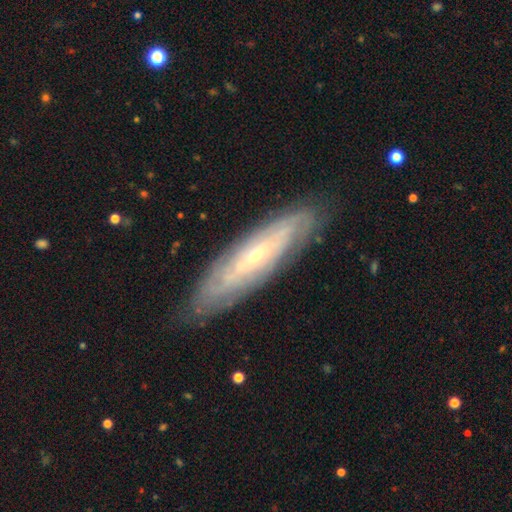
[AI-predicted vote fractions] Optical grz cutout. It shows a featured or disk galaxy (76%) with no bar (64%), spiral arms (83%) and a small central bulge (77%). Merging: none (83%).